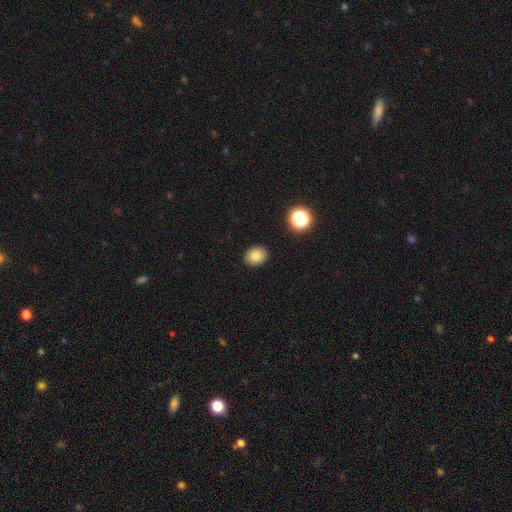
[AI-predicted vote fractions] A smooth galaxy with no disk features (84%) that is in between round and cigar-shaped (51%).

Vote fractions:
- Smooth or featured? smooth: 84% / star or artifact: 11% / featured or disk: 5%
- How rounded? in between: 51% / round: 48% / cigar-shaped: 1%
- Merging? none: 90% / minor disturbance: 7% / major disturbance: 2% / merger: 1%